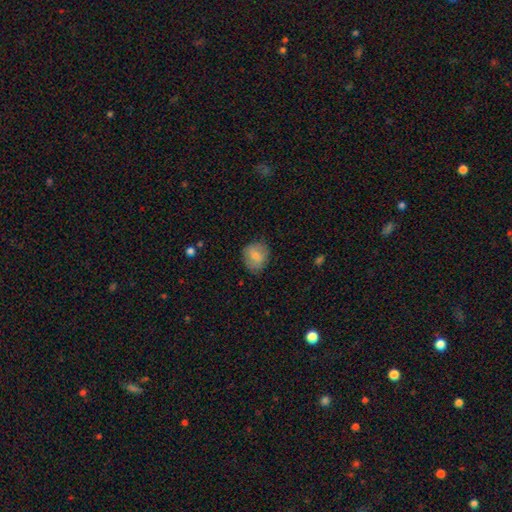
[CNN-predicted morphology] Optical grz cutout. It shows a smooth galaxy with no disk features (79%) that is round (67%). Merging: none (78%).